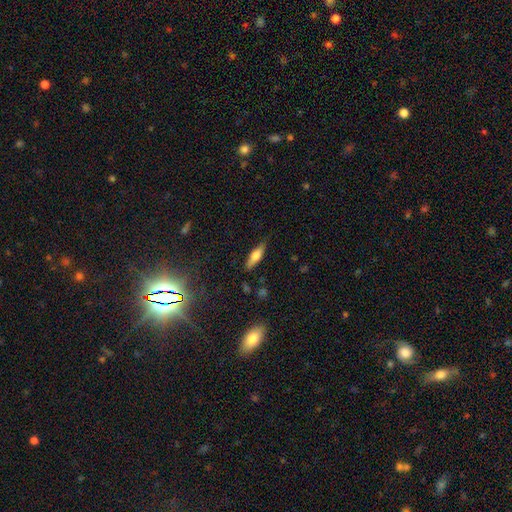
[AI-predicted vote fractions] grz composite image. It shows a smooth galaxy with no disk features (62%) that is cigar-shaped (54%). Merging: none (83%).